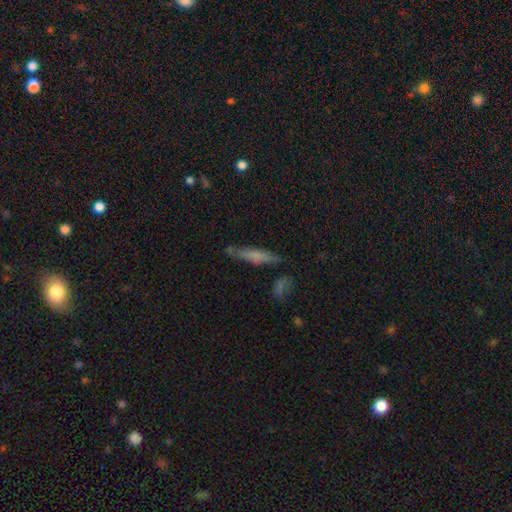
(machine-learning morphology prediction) type=smooth (60%); roundness=cigar-shaped (87%); merging=none (72%).